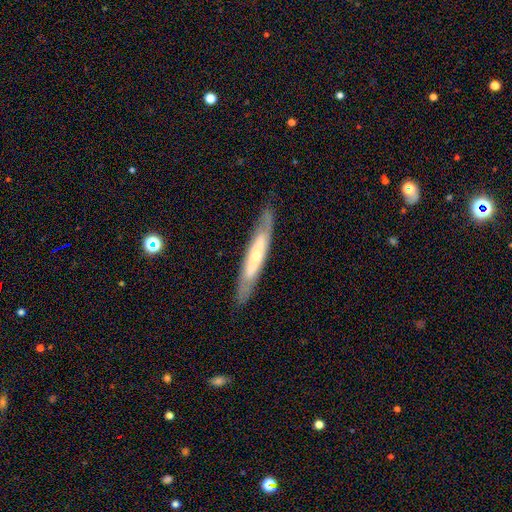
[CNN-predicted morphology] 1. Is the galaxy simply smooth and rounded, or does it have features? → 63% featured or disk, 31% smooth, 6% star or artifact.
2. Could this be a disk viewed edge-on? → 62% yes, 38% no.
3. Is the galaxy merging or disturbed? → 82% none, 13% minor disturbance, 3% major disturbance, 2% merger.